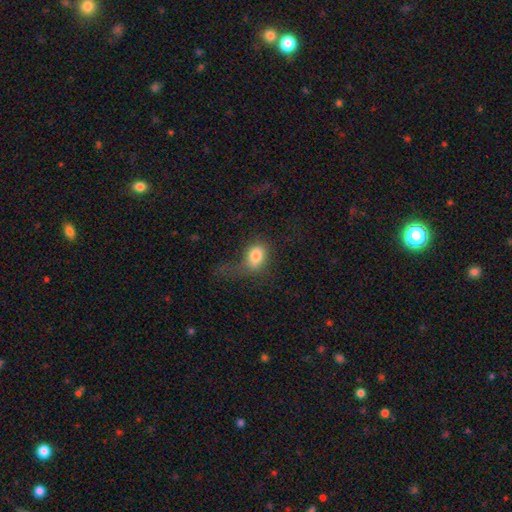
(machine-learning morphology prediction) smooth 79%, featured or disk 11%, star or artifact 10%. Down the decision tree: how rounded — in between (72%); merging — major disturbance (38%).